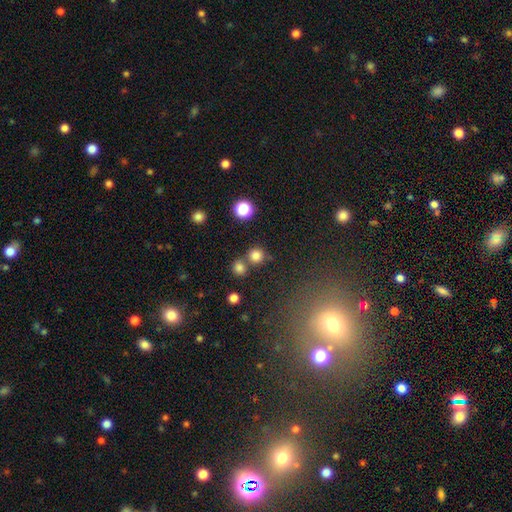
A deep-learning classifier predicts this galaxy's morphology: This appears to be a smooth galaxy with no disk features (80%) that is round (91%). Merging: none (66%).